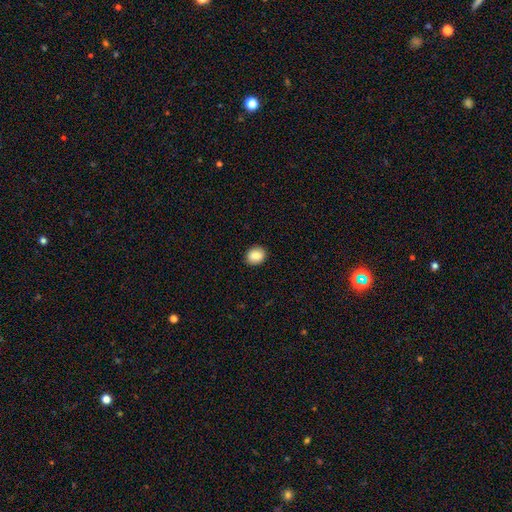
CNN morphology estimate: Overall: smooth (87%). How rounded: round (65%; in between 34%). Merging: none (91%).